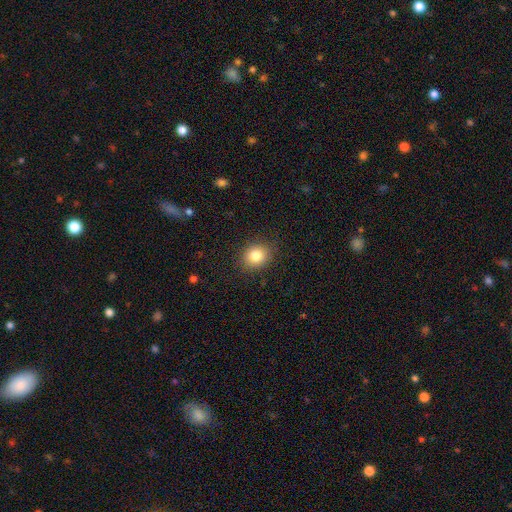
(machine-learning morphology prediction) The model was most divided on "how rounded": round: 62%, in between: 37%, cigar-shaped: 1%. More confident: merging — none (87%); smooth or featured — smooth (83%).